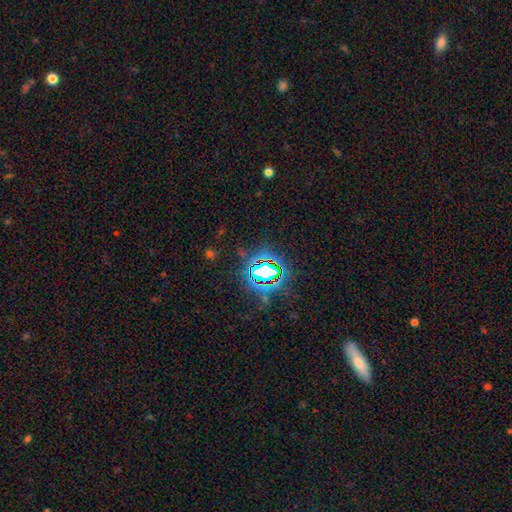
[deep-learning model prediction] This is likely a star or artifact rather than a galaxy (78%).